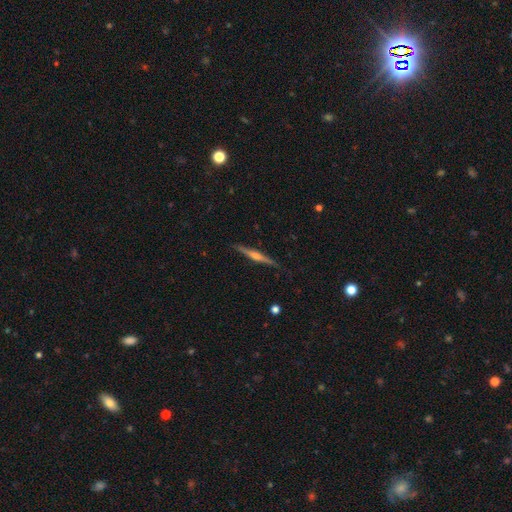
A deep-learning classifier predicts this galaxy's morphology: Smooth or featured?
  - featured or disk: 76% *
  - smooth: 19%
  - star or artifact: 6%
Edge-on disk?
  - yes: 98% *
  - no: 2%
Edge-on bulge?
  - rounded: 82% *
  - none: 9%
  - boxy: 9%
Merging?
  - none: 89% *
  - minor disturbance: 9%
  - major disturbance: 2%
  - merger: 1%